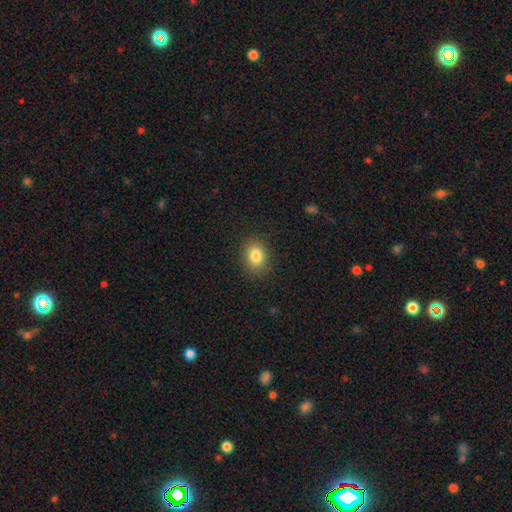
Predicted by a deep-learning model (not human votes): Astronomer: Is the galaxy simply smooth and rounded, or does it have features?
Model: smooth — 83%.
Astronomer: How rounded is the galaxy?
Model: in between — 57% (runner-up: round, 42%).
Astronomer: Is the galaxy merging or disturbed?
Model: none — 88%.